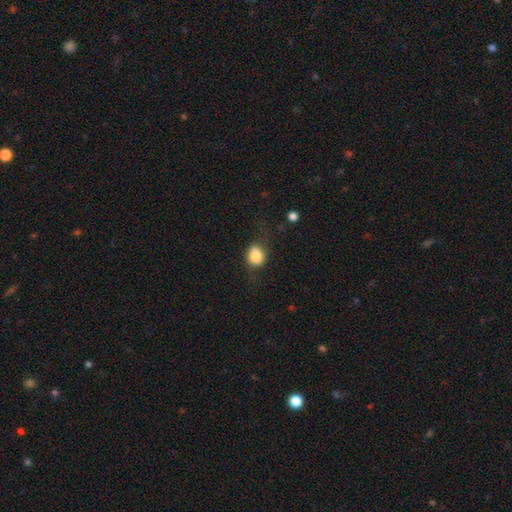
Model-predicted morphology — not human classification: Smooth or featured? Predicted: smooth (p=0.79). How rounded? Predicted: in between (p=0.54). Merging? Predicted: none (p=0.61).